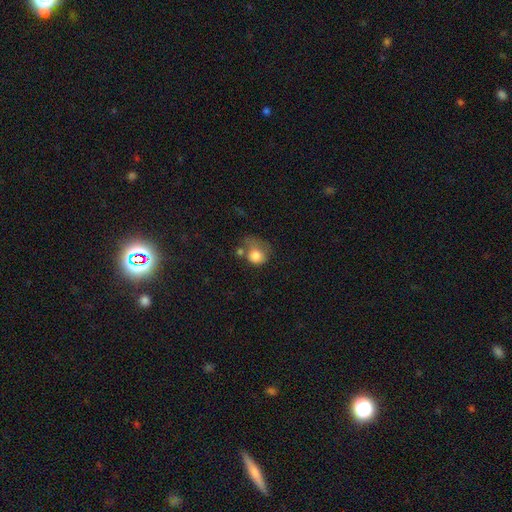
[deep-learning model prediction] The model was most divided on "merging": major disturbance: 32%, none: 25%, minor disturbance: 25%, merger: 19%. More confident: smooth or featured — smooth (78%); how rounded — round (65%).